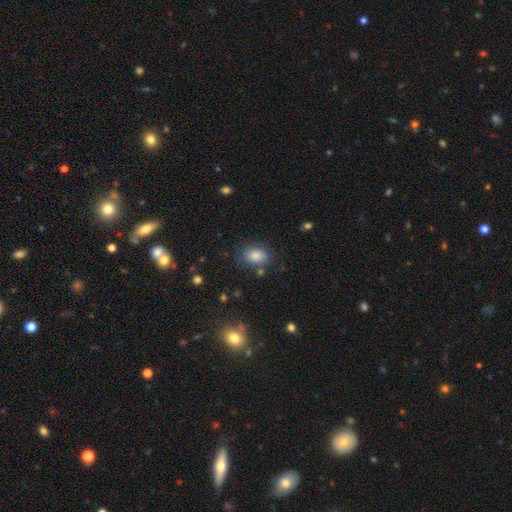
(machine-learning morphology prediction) Smooth or featured? Predicted: smooth (p=0.82). How rounded? Predicted: in between (p=0.71). Merging? Predicted: none (p=0.73).